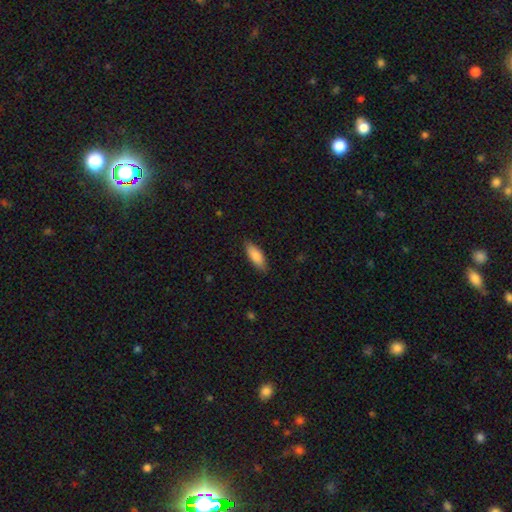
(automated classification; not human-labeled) smooth-or-featured: smooth: 86% | featured or disk: 9% | star or artifact: 6%
  how-rounded: in between: 68% | cigar-shaped: 30% | round: 2%
  merging: none: 85% | minor disturbance: 12% | major disturbance: 2% | merger: 1%